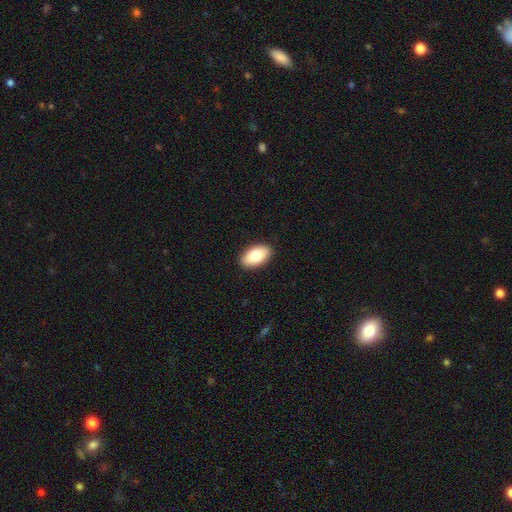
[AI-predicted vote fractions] Smooth or featured? smooth (80%)
How rounded? in between (94%)
Merging? none (91%)